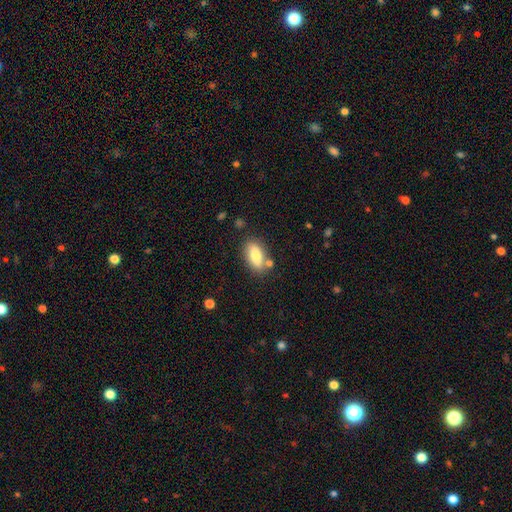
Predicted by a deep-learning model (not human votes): Smooth or featured?
  - smooth: 78% *
  - featured or disk: 15%
  - star or artifact: 7%
How rounded?
  - in between: 79% *
  - cigar-shaped: 17%
  - round: 4%
Merging?
  - none: 75% *
  - minor disturbance: 14%
  - merger: 8%
  - major disturbance: 4%